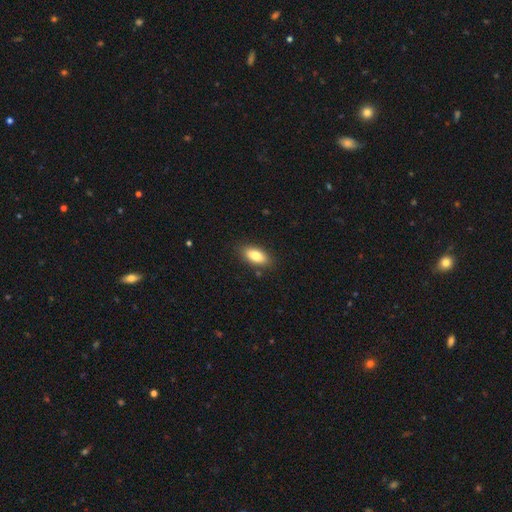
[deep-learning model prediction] A smooth galaxy with no disk features (82%) that is in between round and cigar-shaped (86%).

Vote fractions:
- Smooth or featured? smooth: 82% / featured or disk: 11% / star or artifact: 7%
- How rounded? in between: 86% / cigar-shaped: 11% / round: 3%
- Merging? none: 86% / minor disturbance: 10% / major disturbance: 2% / merger: 1%